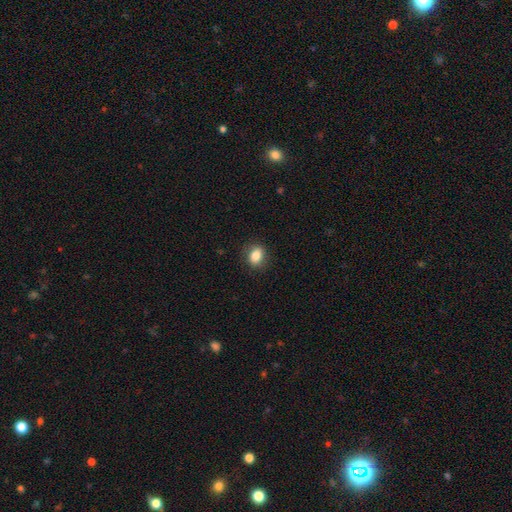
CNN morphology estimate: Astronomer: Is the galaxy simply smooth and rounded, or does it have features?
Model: smooth — 83%.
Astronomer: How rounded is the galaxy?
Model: in between — 61% (runner-up: round, 37%).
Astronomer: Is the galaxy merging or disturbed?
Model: none — 86%.